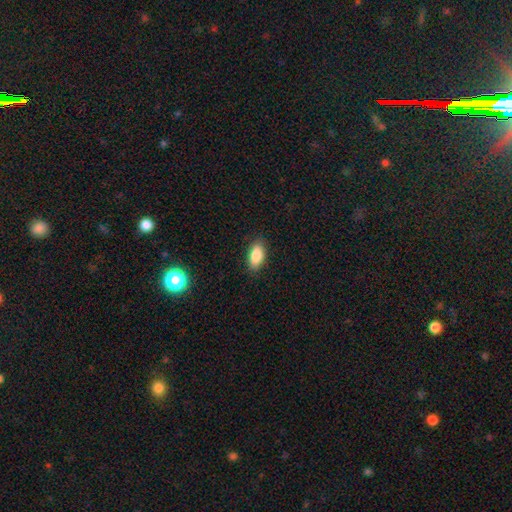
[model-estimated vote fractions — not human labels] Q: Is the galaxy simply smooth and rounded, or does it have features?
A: smooth — 87%.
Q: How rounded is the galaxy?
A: in between — 91%.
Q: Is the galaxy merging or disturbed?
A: none — 87%.